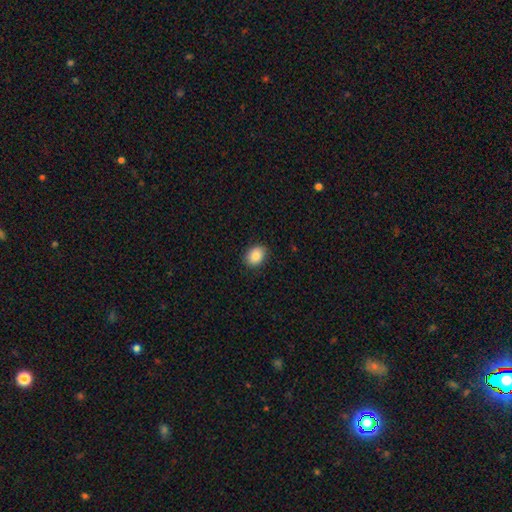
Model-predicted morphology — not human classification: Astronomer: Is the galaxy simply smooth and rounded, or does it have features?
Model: smooth — 88%.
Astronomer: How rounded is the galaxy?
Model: in between — 62% (runner-up: round, 37%).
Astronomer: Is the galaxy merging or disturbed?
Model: none — 89%.